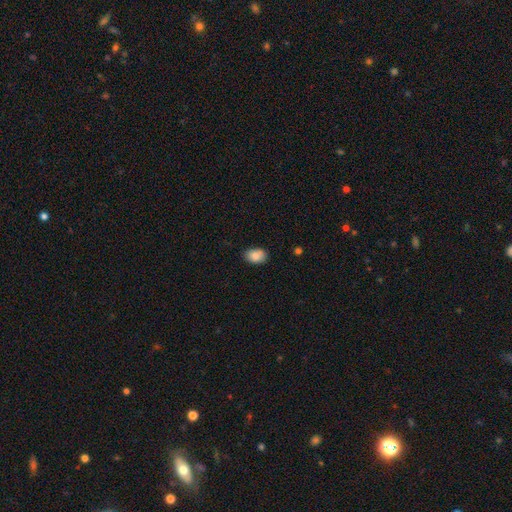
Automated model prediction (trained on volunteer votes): This is clearly a smooth galaxy (86%). How rounded: clearly in between (86%). Merging: likely none (79%).